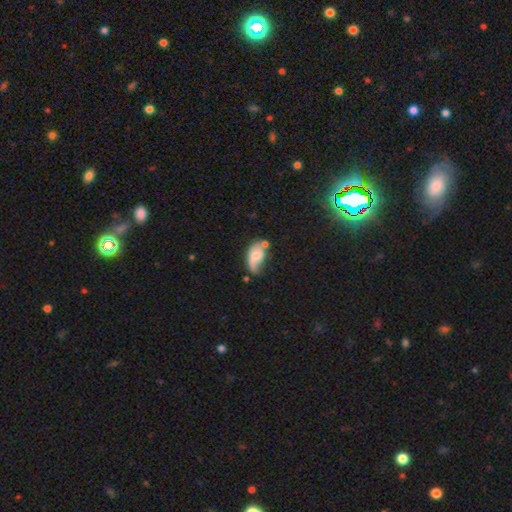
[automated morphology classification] Smooth or featured: smooth — 49% (featured or disk — 43%)
Merging: none — 33% (minor disturbance — 31%)